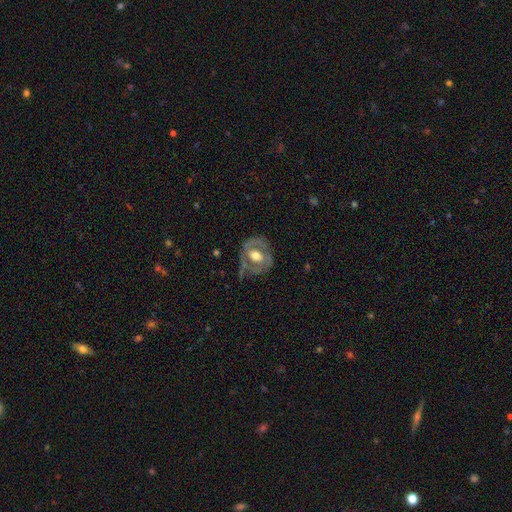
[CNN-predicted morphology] Smooth or featured: featured or disk — 65% (smooth — 29%)
Edge-on disk: no — 95% (yes — 5%)
Bar: no — 59% (weak — 30%)
Spiral arms: no — 59% (yes — 41%)
Bulge size: moderate — 58% (large — 33%)
Merging: none — 59% (minor disturbance — 25%)